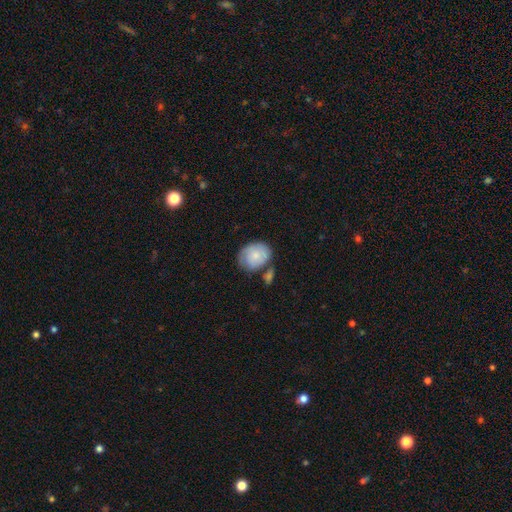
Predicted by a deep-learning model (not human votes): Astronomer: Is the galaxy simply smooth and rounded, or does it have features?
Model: smooth — 77%.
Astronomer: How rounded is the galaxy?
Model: in between — 50% (runner-up: round, 49%).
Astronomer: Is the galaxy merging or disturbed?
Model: none — 54%.